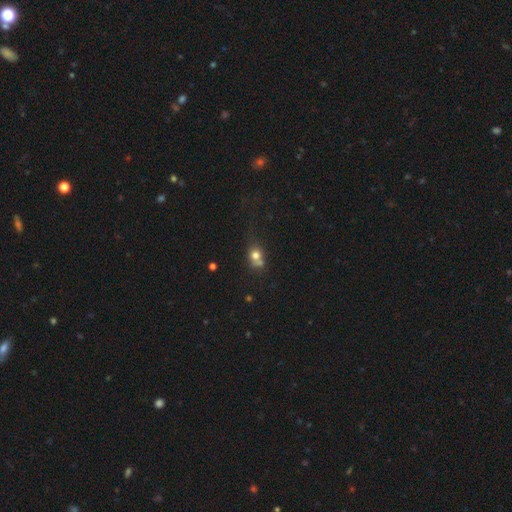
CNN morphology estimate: Smooth or featured? Predicted: smooth (p=0.72). How rounded? Predicted: round (p=0.63). Merging? Predicted: none (p=0.37).